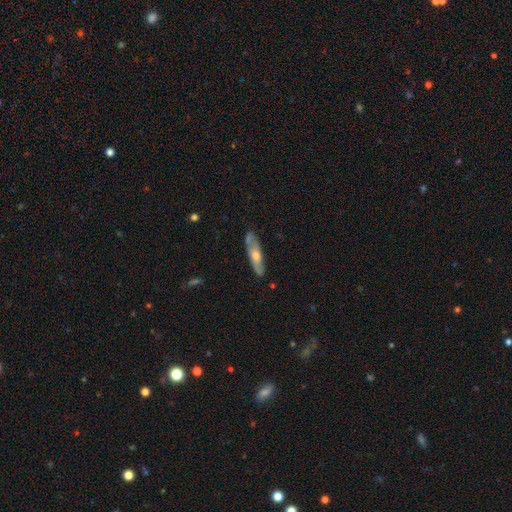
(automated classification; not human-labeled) This is possibly a featured or disk galaxy (50%). It is possibly viewed edge-on (52%). Merging: likely none (77%).